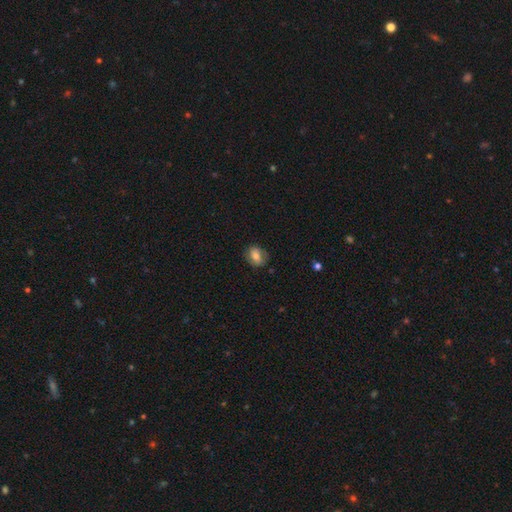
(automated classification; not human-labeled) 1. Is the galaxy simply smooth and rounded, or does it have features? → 66% smooth, 25% featured or disk, 9% star or artifact.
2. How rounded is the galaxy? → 55% in between, 43% round, 1% cigar-shaped.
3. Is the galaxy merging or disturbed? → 76% none, 18% minor disturbance, 5% major disturbance, 1% merger.